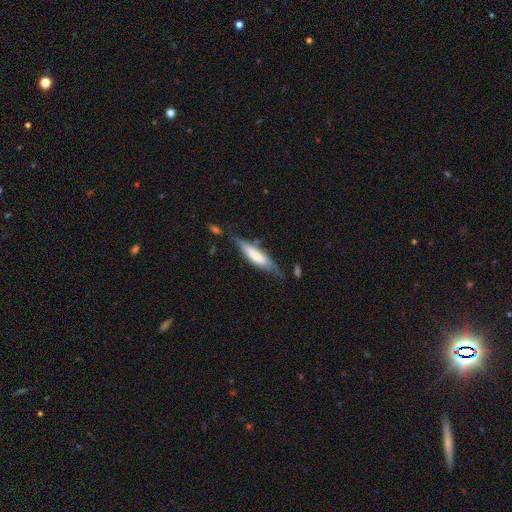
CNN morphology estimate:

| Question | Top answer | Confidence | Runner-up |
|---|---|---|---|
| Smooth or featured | smooth | 60% | featured or disk (34%) |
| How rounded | cigar-shaped | 69% | in between (30%) |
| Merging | none | 59% | minor disturbance (27%) |